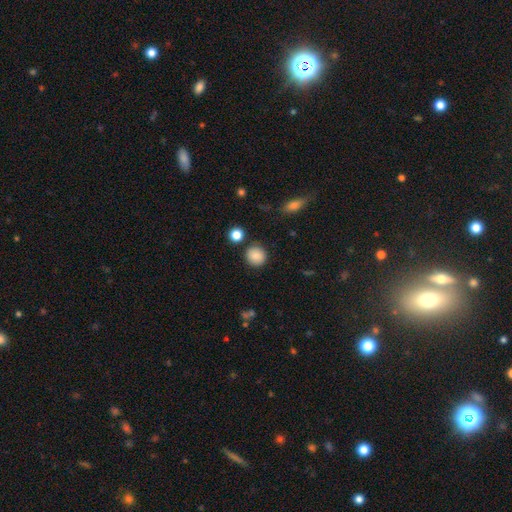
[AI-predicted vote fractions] A smooth galaxy with no disk features (87%) that is round (90%). Merging: none (87%).